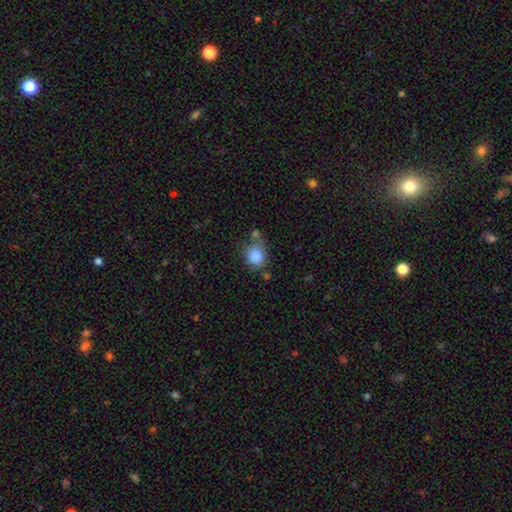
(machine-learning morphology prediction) Smooth or featured?
  - smooth: 85% *
  - star or artifact: 9%
  - featured or disk: 7%
How rounded?
  - round: 74% *
  - in between: 25%
  - cigar-shaped: 1%
Merging?
  - none: 56% *
  - minor disturbance: 21%
  - merger: 15%
  - major disturbance: 8%